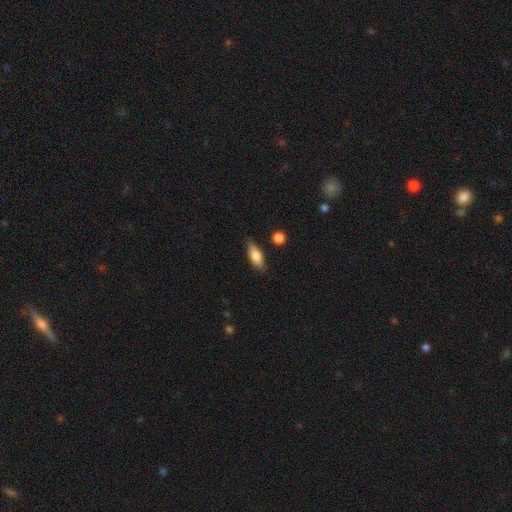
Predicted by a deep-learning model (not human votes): Overall: smooth (70%). How rounded: in between (63%; cigar-shaped 34%). Merging: none (80%).